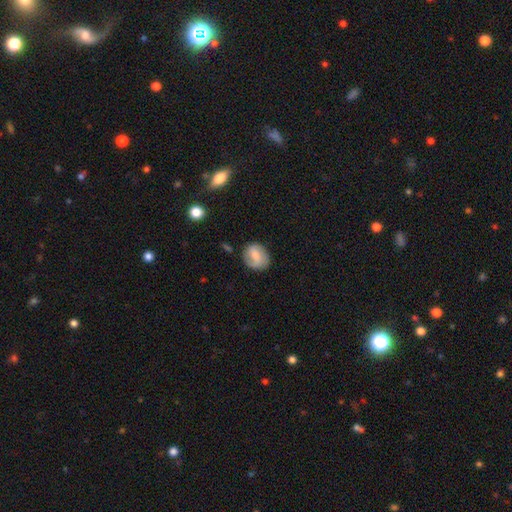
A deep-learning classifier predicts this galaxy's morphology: Overall: smooth (62%; featured or disk 30%). How rounded: round (58%; in between 41%). Merging: none (74%).